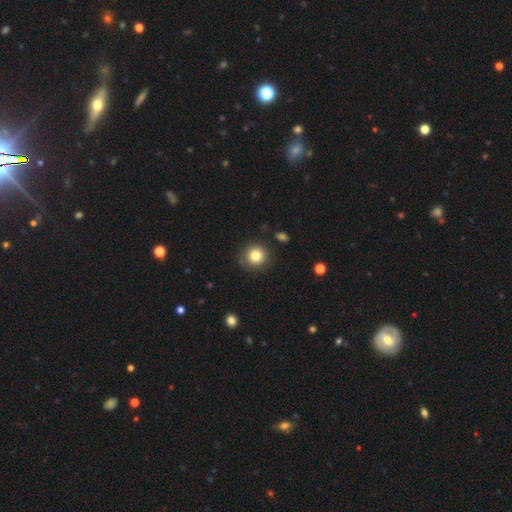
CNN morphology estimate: type=smooth (81%); roundness=round (94%); merging=none (86%).